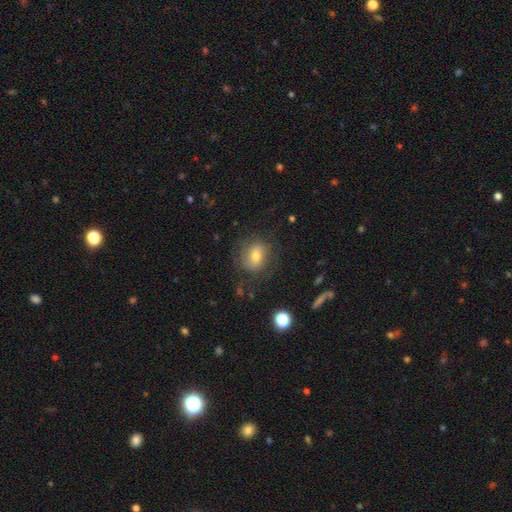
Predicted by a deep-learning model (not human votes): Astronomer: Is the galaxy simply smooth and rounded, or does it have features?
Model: smooth — 61%.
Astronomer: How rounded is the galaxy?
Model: round — 66%.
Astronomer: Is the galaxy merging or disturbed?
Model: none — 72%.